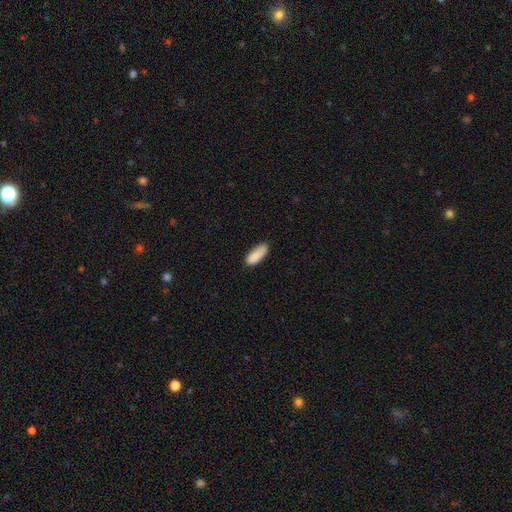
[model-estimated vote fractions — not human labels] Smooth or featured? Predicted: smooth (p=0.88). How rounded? Predicted: in between (p=0.77). Merging? Predicted: none (p=0.69).